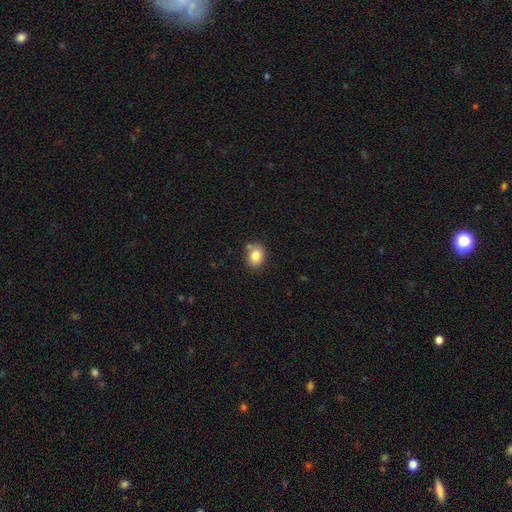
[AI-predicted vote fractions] This is clearly a smooth galaxy (82%). How rounded: possibly in between (52%). Merging: likely none (73%).